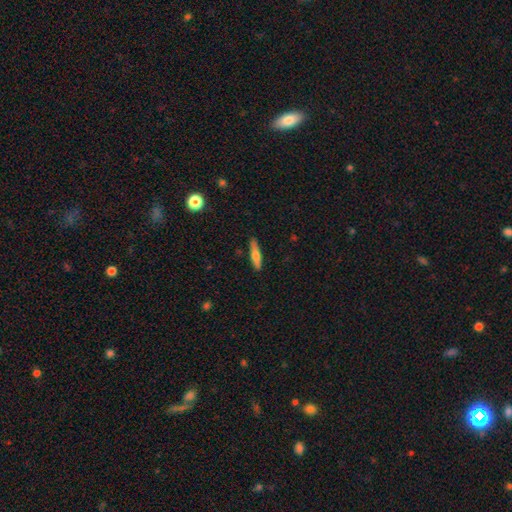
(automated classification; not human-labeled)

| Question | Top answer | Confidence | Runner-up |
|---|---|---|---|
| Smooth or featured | smooth | 56% | featured or disk (37%) |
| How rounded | cigar-shaped | 84% | in between (14%) |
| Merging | none | 88% | minor disturbance (9%) |